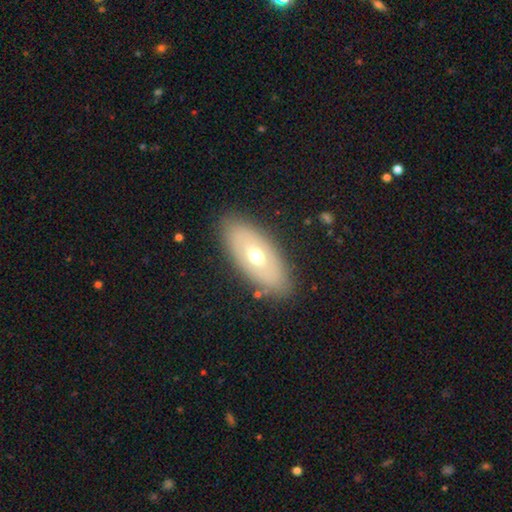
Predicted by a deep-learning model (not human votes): Smooth or featured: smooth — 51% (featured or disk — 43%)
How rounded: in between — 87% (cigar-shaped — 9%)
Merging: none — 85% (minor disturbance — 10%)